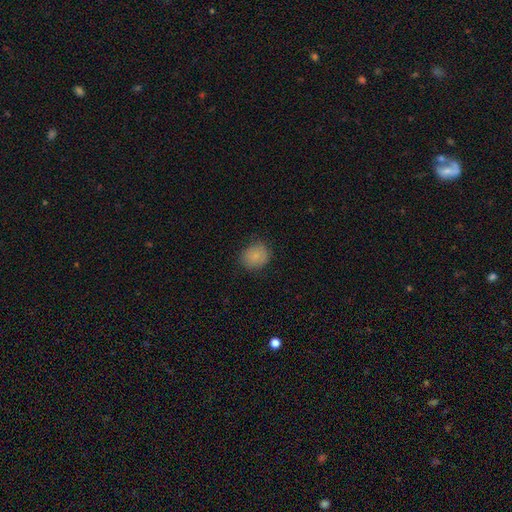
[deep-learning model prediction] A smooth galaxy with no disk features (82%) that is round (72%). Merging: none (77%).